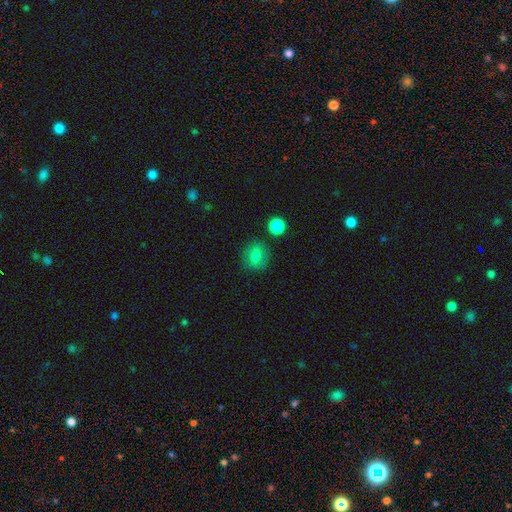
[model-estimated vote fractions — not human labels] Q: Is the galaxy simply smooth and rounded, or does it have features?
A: smooth — 80%.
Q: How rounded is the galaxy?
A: round — 68%.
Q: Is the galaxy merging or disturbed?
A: none — 80%.